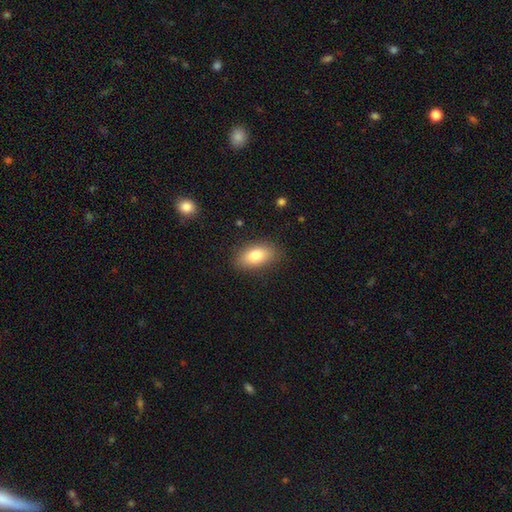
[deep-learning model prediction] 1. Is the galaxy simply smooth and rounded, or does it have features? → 82% smooth, 11% featured or disk, 7% star or artifact.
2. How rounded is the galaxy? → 90% in between, 5% round, 5% cigar-shaped.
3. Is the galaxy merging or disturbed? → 85% none, 11% minor disturbance, 3% major disturbance, 1% merger.